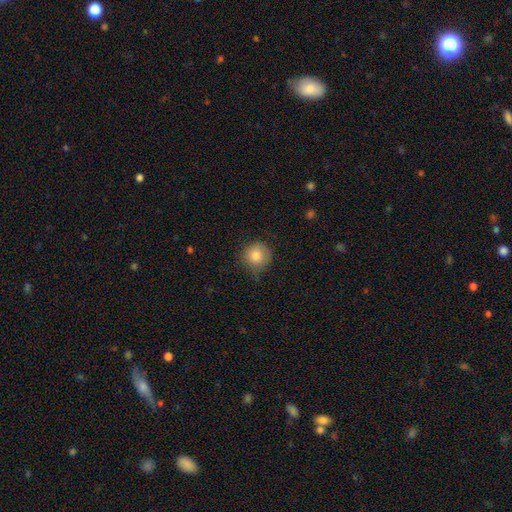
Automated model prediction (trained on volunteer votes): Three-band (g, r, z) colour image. It shows a smooth galaxy with no disk features (82%) that is round (92%). Merging: none (70%).